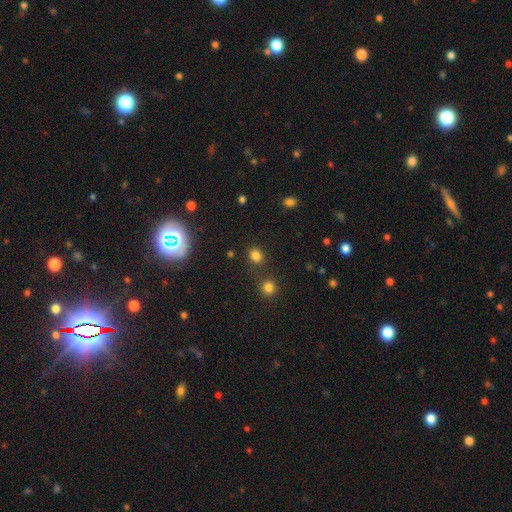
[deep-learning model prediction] smooth-or-featured: smooth: 80% | star or artifact: 16% | featured or disk: 4%
  how-rounded: round: 75% | in between: 24% | cigar-shaped: 1%
  merging: none: 81% | minor disturbance: 8% | merger: 7% | major disturbance: 3%